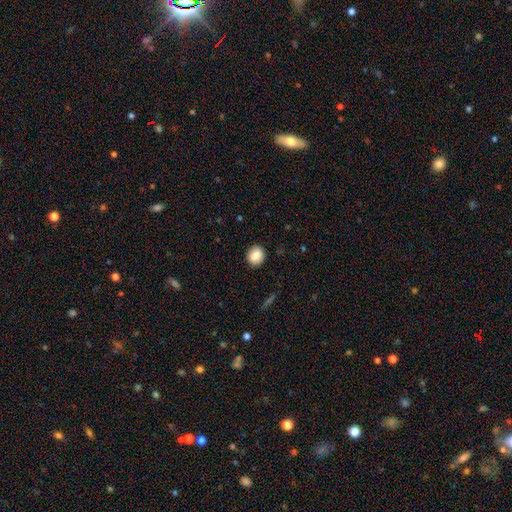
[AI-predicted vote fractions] A smooth galaxy with no disk features (86%) that is round (77%). Merging: none (91%).